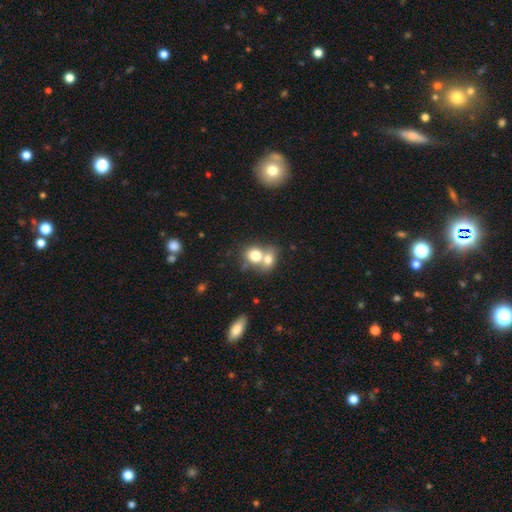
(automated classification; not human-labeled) A smooth galaxy with no disk features (74%) that is round (59%). Merging: merger (66%).